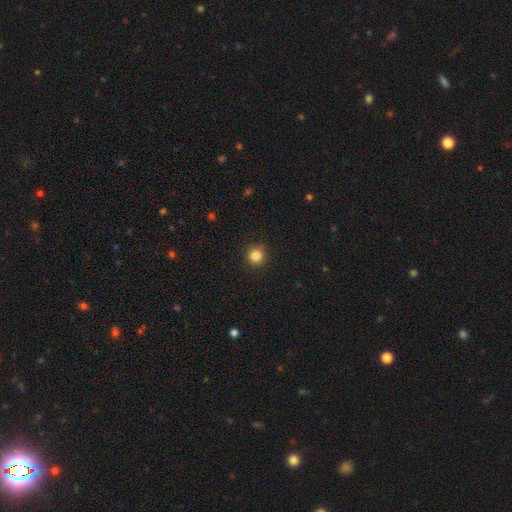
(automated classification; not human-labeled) Morphology: type=smooth (83%); roundness=round (94%); merging=none (91%).